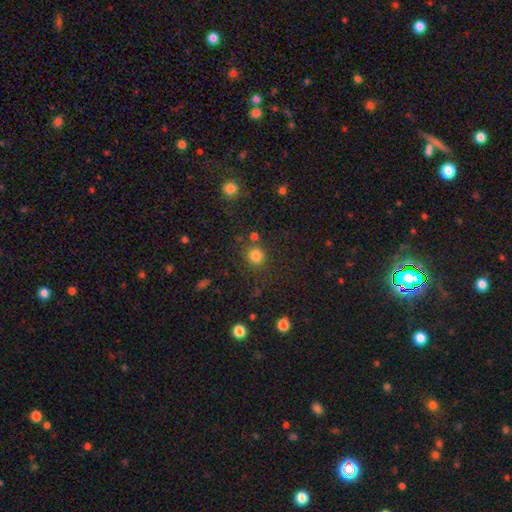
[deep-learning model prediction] smooth 81%, star or artifact 14%, featured or disk 5%. Down the decision tree: how rounded — round (87%); merging — none (75%).